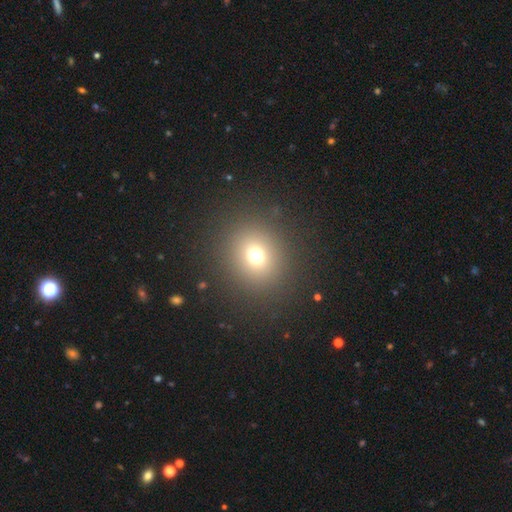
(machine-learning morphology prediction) Smooth or featured: smooth — 69% (star or artifact — 21%)
How rounded: round — 82% (in between — 17%)
Merging: none — 87% (minor disturbance — 7%)